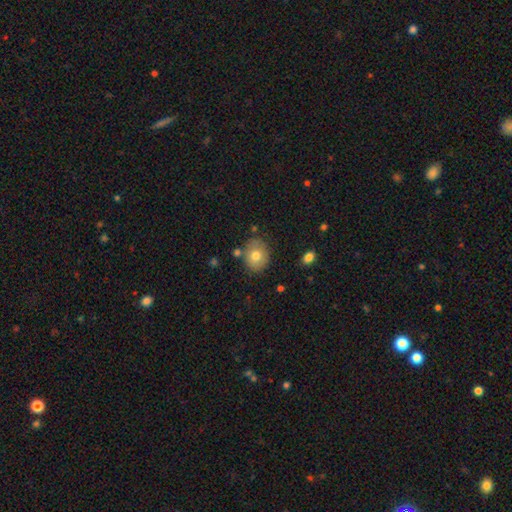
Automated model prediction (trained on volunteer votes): Morphology: type=smooth (73%); roundness=round (61%); merging=none (77%).